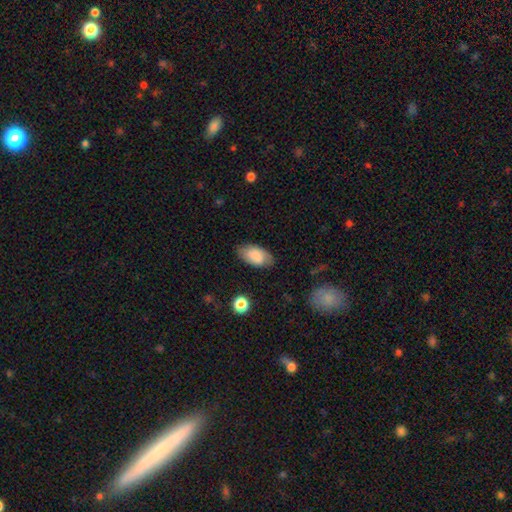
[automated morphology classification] type=smooth (80%); roundness=in between (95%); merging=none (80%).